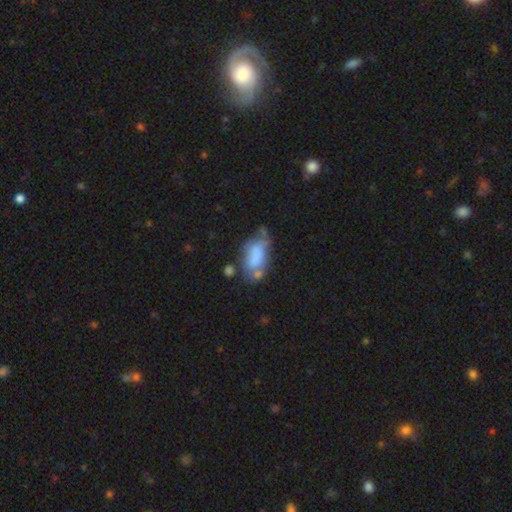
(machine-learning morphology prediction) A smooth galaxy with no disk features (63%) that is in between round and cigar-shaped (90%).

Vote fractions:
- Smooth or featured? smooth: 63% / featured or disk: 28% / star or artifact: 9%
- How rounded? in between: 90% / cigar-shaped: 5% / round: 5%
- Merging? none: 30% / minor disturbance: 27% / merger: 22% / major disturbance: 21%